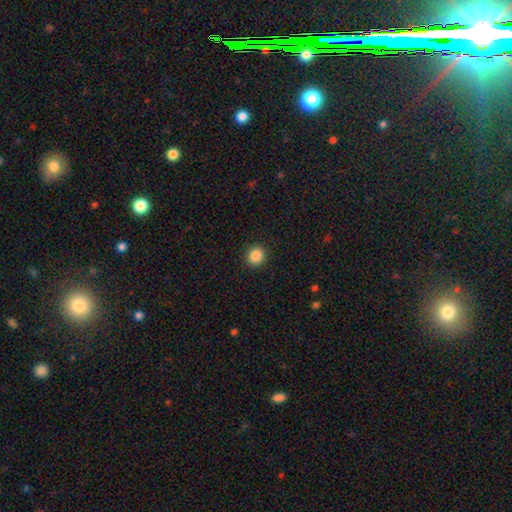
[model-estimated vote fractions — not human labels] Morphology: type=smooth (87%); roundness=round (81%); merging=none (91%).